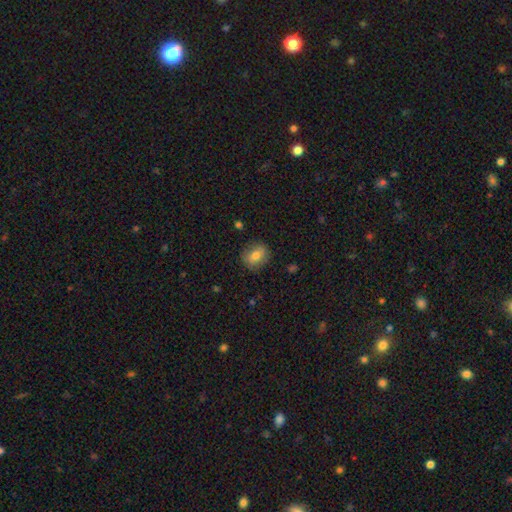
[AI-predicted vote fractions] A smooth galaxy with no disk features (74%) that is round (54%). Merging: none (81%).